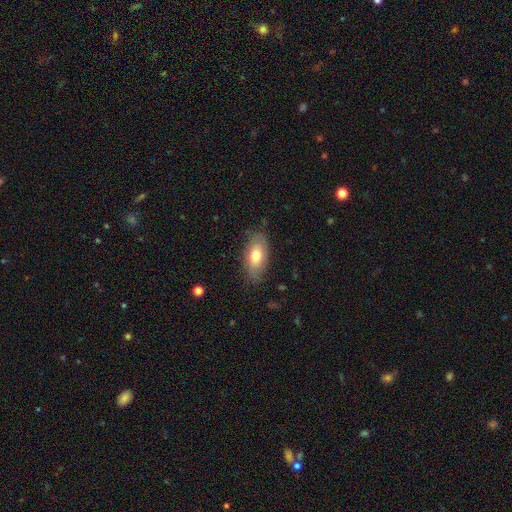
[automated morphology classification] smooth-or-featured: smooth: 69% | featured or disk: 24% | star or artifact: 7%
  how-rounded: in between: 90% | cigar-shaped: 6% | round: 5%
  merging: none: 77% | minor disturbance: 18% | major disturbance: 4% | merger: 1%